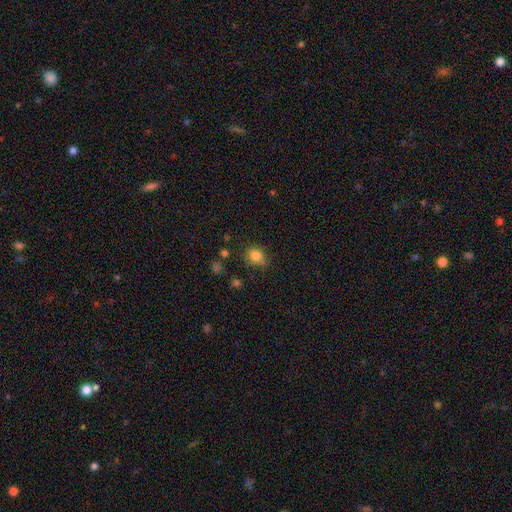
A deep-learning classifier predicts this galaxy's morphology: Smooth or featured?
  - smooth: 82% *
  - star or artifact: 12%
  - featured or disk: 6%
How rounded?
  - round: 68% *
  - in between: 31%
  - cigar-shaped: 1%
Merging?
  - none: 70% *
  - minor disturbance: 21%
  - major disturbance: 5%
  - merger: 4%